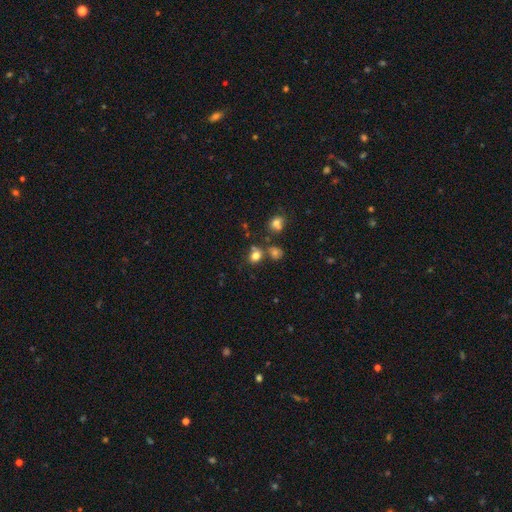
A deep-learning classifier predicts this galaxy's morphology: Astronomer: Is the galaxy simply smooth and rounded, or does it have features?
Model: smooth — 76%.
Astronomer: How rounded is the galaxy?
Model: round — 67%.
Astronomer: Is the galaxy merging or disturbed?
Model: none — 66%.